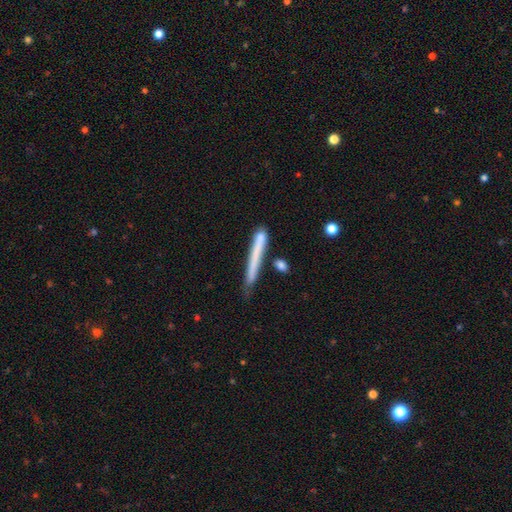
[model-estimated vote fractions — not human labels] This is likely a smooth galaxy (62%). How rounded: clearly cigar-shaped (96%). Merging: likely none (67%).